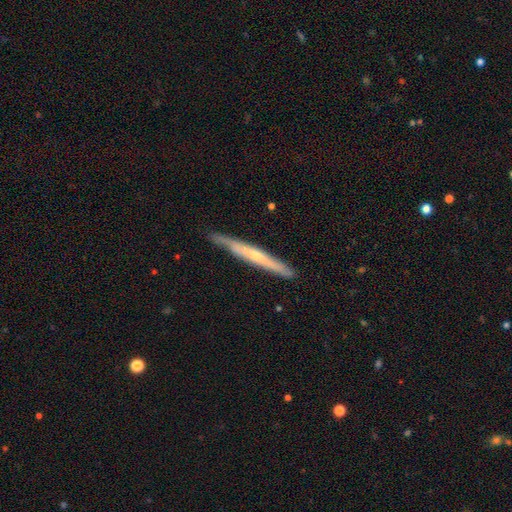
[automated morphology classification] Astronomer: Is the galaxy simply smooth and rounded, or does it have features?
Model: featured or disk — 57% (runner-up: smooth, 37%).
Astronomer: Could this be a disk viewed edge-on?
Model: yes — 93%.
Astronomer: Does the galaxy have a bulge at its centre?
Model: none — 55% (runner-up: rounded, 39%).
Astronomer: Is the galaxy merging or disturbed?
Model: none — 83%.